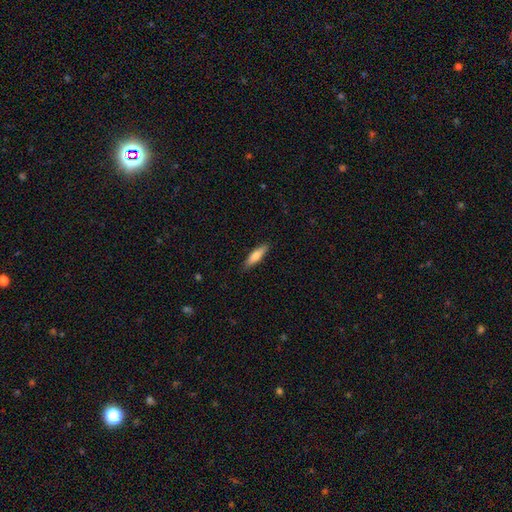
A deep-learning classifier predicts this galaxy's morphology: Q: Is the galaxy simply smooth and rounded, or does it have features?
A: smooth — 75%.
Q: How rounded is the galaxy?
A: cigar-shaped — 69%.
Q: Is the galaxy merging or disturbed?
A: none — 88%.